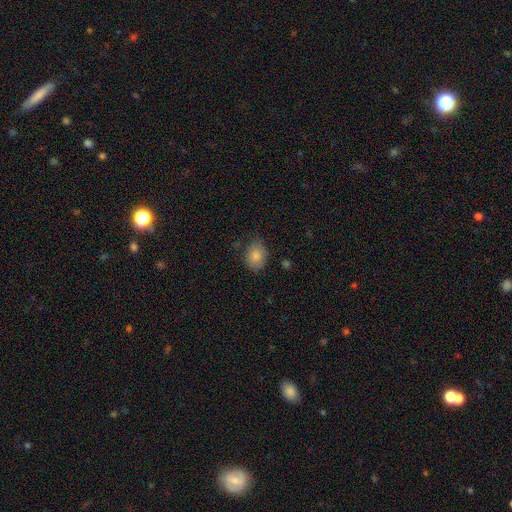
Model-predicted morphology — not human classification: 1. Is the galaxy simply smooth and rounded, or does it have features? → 84% smooth, 8% star or artifact, 8% featured or disk.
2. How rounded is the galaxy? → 64% in between, 35% round, 1% cigar-shaped.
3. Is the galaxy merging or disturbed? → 70% none, 23% minor disturbance, 5% major disturbance, 2% merger.